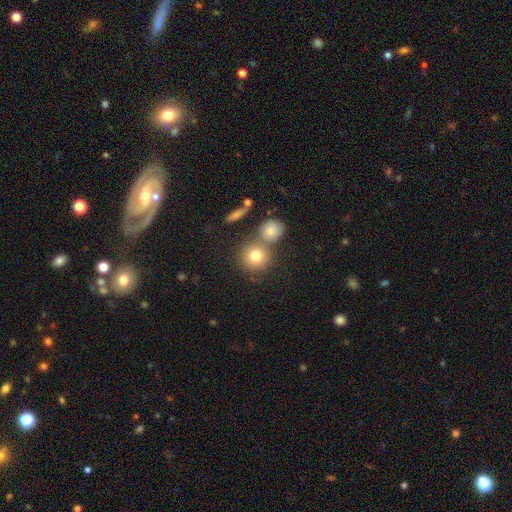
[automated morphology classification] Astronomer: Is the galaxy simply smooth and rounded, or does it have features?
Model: smooth — 78%.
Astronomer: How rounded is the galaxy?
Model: round — 88%.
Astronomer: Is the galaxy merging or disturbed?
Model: none — 58%.